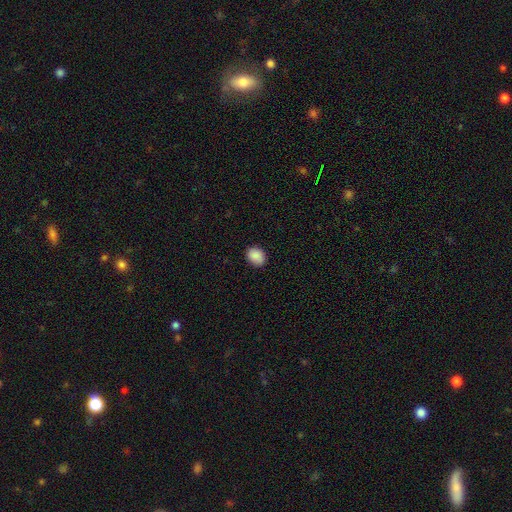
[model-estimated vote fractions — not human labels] Smooth or featured? smooth (89%)
How rounded? in between (57%)
Merging? none (88%)